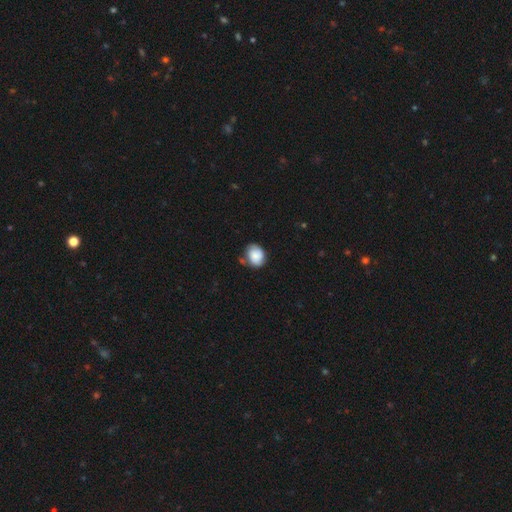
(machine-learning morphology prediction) Smooth or featured?
  - smooth: 78% *
  - featured or disk: 15%
  - star or artifact: 8%
How rounded?
  - in between: 51% *
  - round: 48%
  - cigar-shaped: 1%
Merging?
  - none: 60% *
  - minor disturbance: 27%
  - major disturbance: 6%
  - merger: 6%